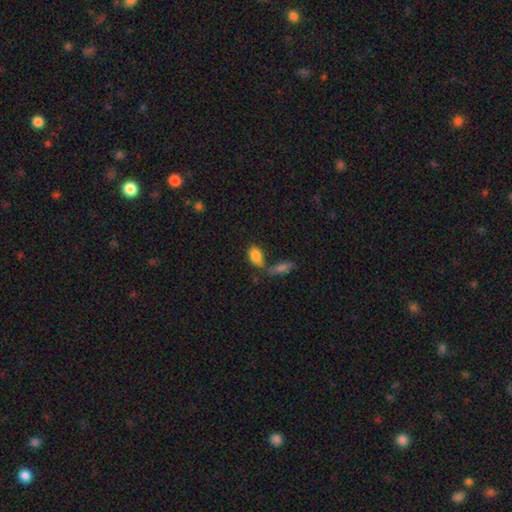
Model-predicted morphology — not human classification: smooth 84%, star or artifact 8%, featured or disk 8%. Down the decision tree: how rounded — in between (86%); merging — none (39%).